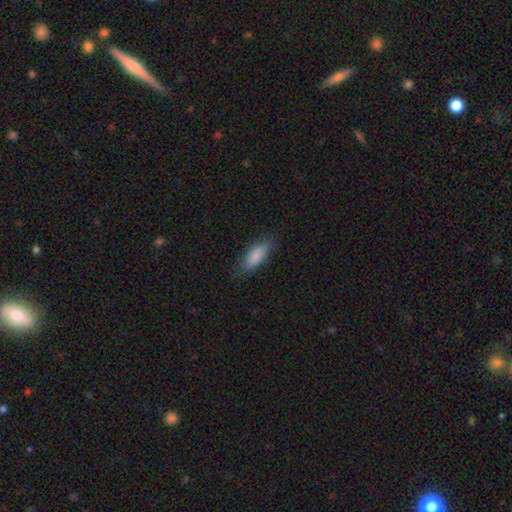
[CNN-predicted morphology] smooth 86%, featured or disk 8%, star or artifact 6%. Down the decision tree: how rounded — in between (72%); merging — none (77%).